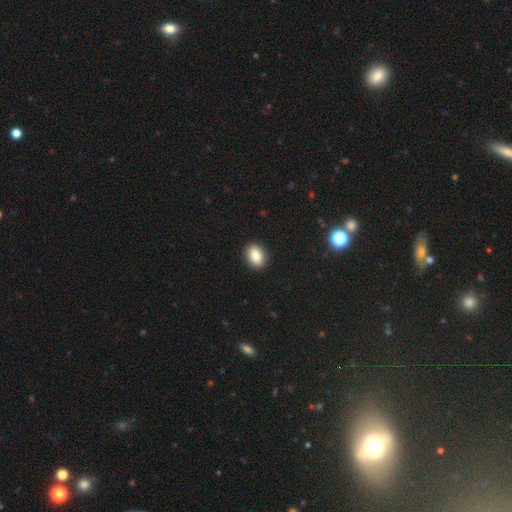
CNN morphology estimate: Q: Smooth or featured?
A: smooth (87%); runner-up: star or artifact (8%)
Q: How rounded?
A: in between (82%); runner-up: round (17%)
Q: Merging?
A: none (91%); runner-up: minor disturbance (7%)